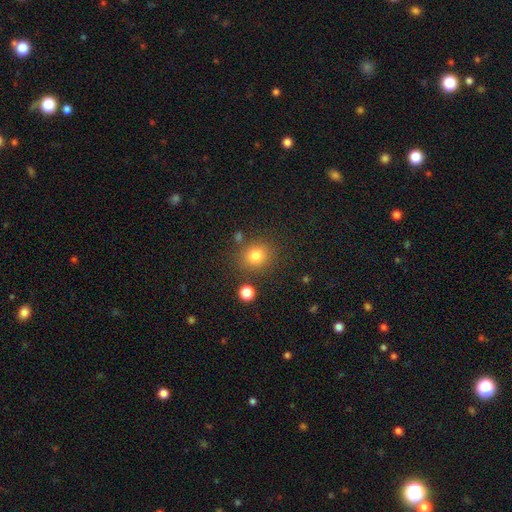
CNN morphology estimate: smooth 80%, star or artifact 12%, featured or disk 7%. Down the decision tree: how rounded — round (79%); merging — none (80%).